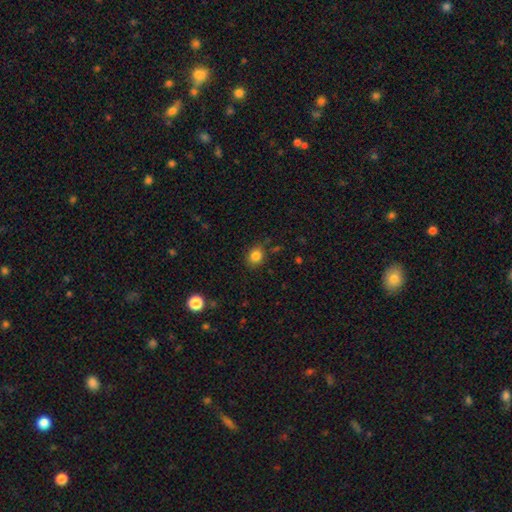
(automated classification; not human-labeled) A smooth galaxy with no disk features (84%) that is round (67%).

Vote fractions:
- Smooth or featured? smooth: 84% / star or artifact: 11% / featured or disk: 5%
- How rounded? round: 67% / in between: 32% / cigar-shaped: 1%
- Merging? none: 82% / minor disturbance: 12% / major disturbance: 3% / merger: 2%